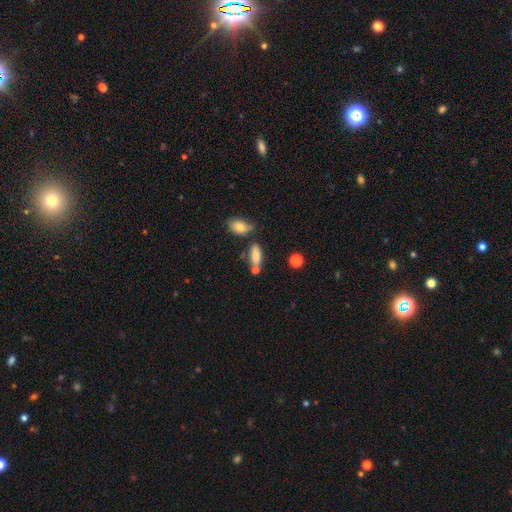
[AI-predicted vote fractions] This is likely a smooth galaxy (79%). How rounded: likely in between (74%). Merging: possibly none (58%).